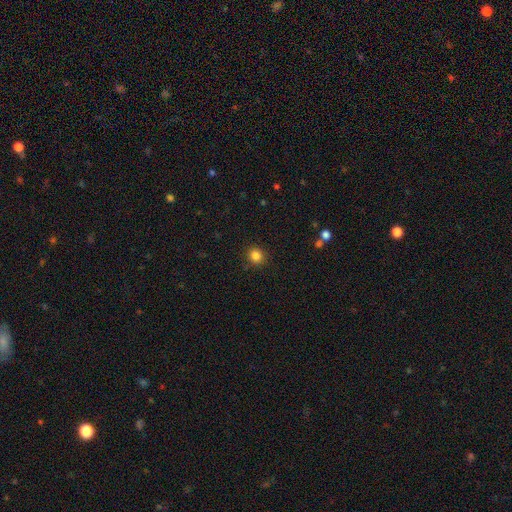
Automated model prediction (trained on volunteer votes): Overall: smooth (84%). How rounded: round (84%). Merging: none (90%).